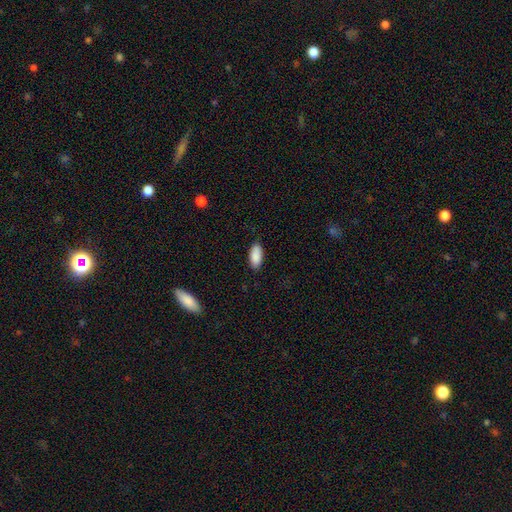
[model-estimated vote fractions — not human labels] Smooth or featured?
  - smooth: 90% *
  - star or artifact: 6%
  - featured or disk: 4%
How rounded?
  - in between: 90% *
  - cigar-shaped: 8%
  - round: 2%
Merging?
  - none: 85% *
  - minor disturbance: 11%
  - major disturbance: 2%
  - merger: 1%